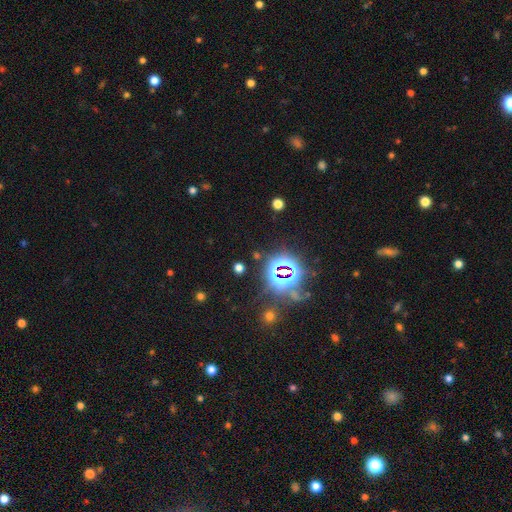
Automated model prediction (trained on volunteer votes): This is likely a star or artifact rather than a galaxy (76%).